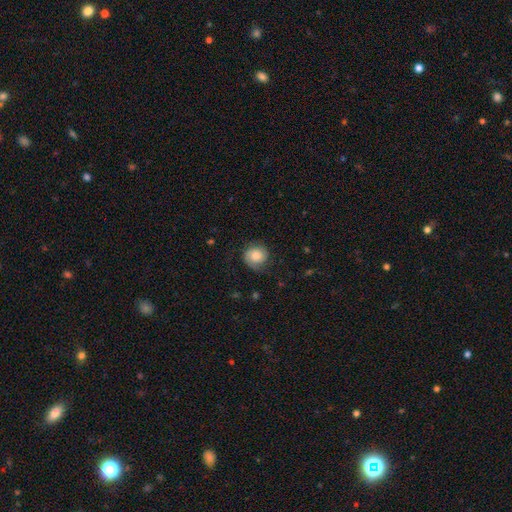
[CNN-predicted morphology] smooth-or-featured: smooth: 61% | featured or disk: 31% | star or artifact: 8%
  how-rounded: round: 87% | in between: 12% | cigar-shaped: 1%
  merging: none: 71% | minor disturbance: 19% | major disturbance: 8% | merger: 1%